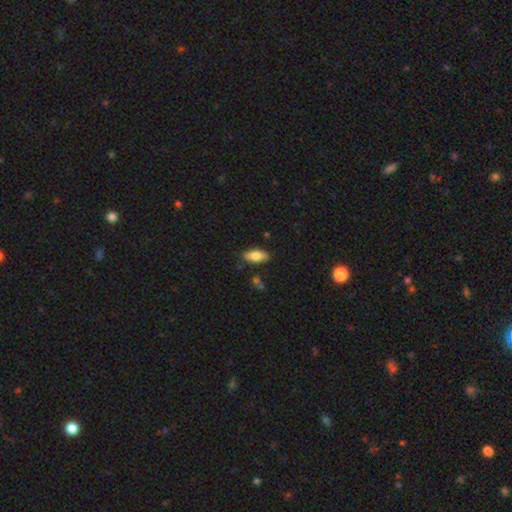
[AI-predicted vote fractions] Overall: smooth (80%). How rounded: in between (84%). Merging: none (83%).